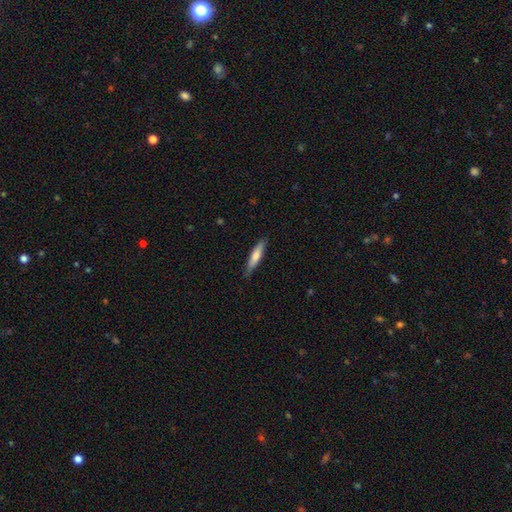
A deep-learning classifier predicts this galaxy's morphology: This is likely a smooth galaxy (65%). How rounded: clearly cigar-shaped (83%). Merging: clearly none (82%).